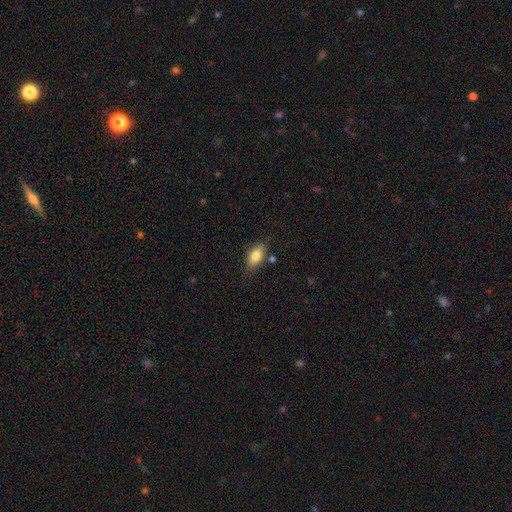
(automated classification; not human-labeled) Smooth or featured? smooth (79%)
How rounded? in between (86%)
Merging? none (72%)